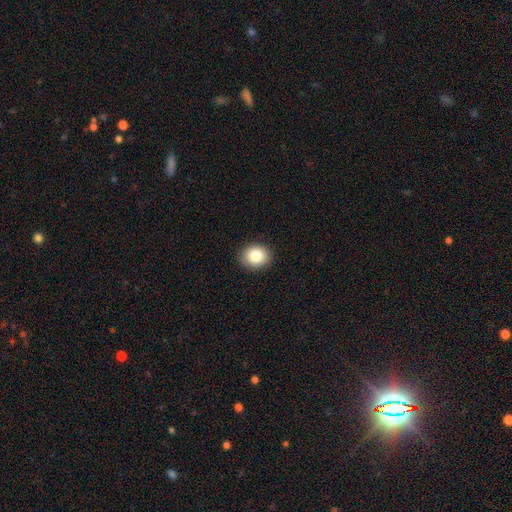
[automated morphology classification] Overall: smooth (85%). How rounded: round (61%; in between 38%). Merging: none (90%).